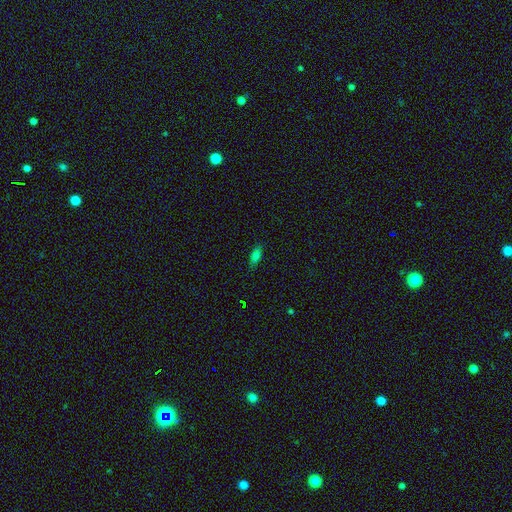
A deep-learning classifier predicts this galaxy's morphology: Smooth or featured: smooth — 72% (featured or disk — 15%)
How rounded: in between — 75% (cigar-shaped — 22%)
Merging: none — 83% (minor disturbance — 13%)